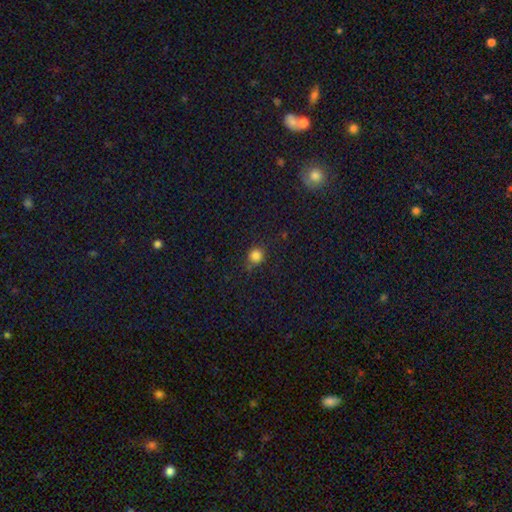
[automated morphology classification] A smooth galaxy with no disk features (83%) that is round (91%).

Vote fractions:
- Smooth or featured? smooth: 83% / star or artifact: 13% / featured or disk: 4%
- How rounded? round: 91% / in between: 8% / cigar-shaped: 1%
- Merging? none: 78% / minor disturbance: 15% / major disturbance: 4% / merger: 3%